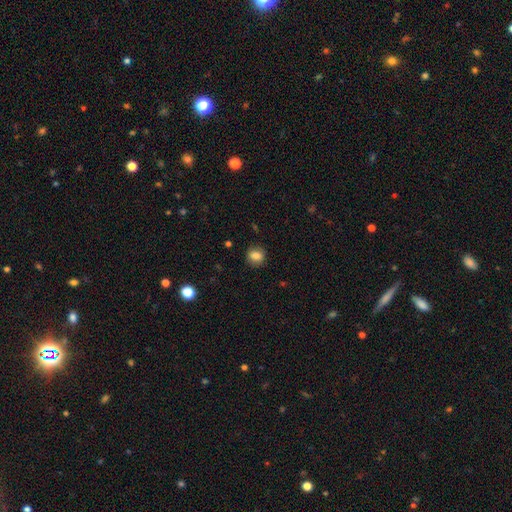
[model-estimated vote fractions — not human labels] This is clearly a smooth galaxy (82%). How rounded: likely round (71%). Merging: clearly none (86%).